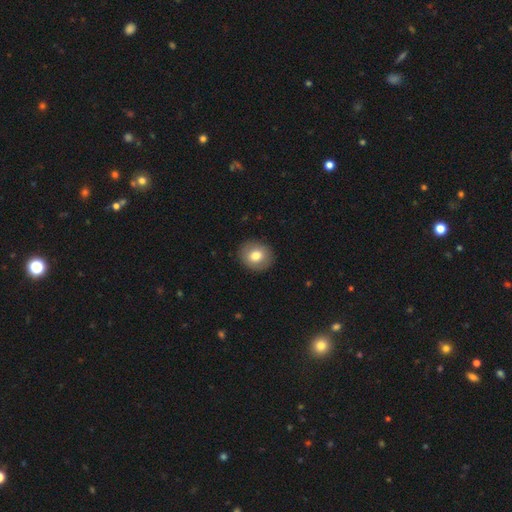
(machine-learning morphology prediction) A smooth galaxy with no disk features (77%) that is round (75%).

Vote fractions:
- Smooth or featured? smooth: 77% / featured or disk: 14% / star or artifact: 8%
- How rounded? round: 75% / in between: 24% / cigar-shaped: 1%
- Merging? none: 90% / minor disturbance: 7% / major disturbance: 2% / merger: 1%